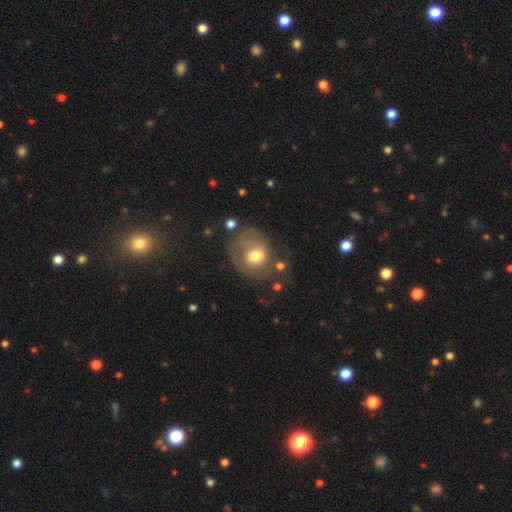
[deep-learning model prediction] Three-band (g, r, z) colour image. It shows a smooth galaxy with no disk features (57%) that is round (63%). Merging: none (40%).